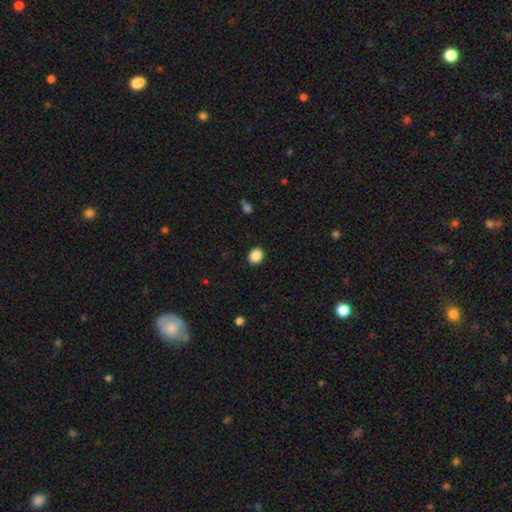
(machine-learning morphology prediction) smooth-or-featured: smooth: 88% | star or artifact: 9% | featured or disk: 3%
  how-rounded: round: 65% | in between: 34% | cigar-shaped: 1%
  merging: none: 91% | minor disturbance: 6% | major disturbance: 2% | merger: 1%